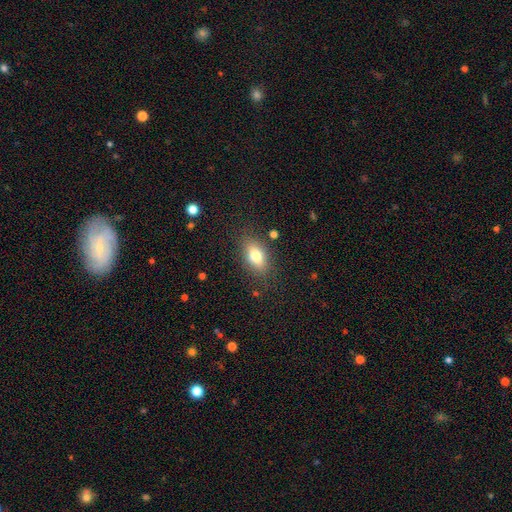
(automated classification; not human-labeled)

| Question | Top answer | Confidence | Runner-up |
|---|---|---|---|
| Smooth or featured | smooth | 77% | featured or disk (14%) |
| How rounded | in between | 85% | round (9%) |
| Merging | none | 82% | minor disturbance (12%) |